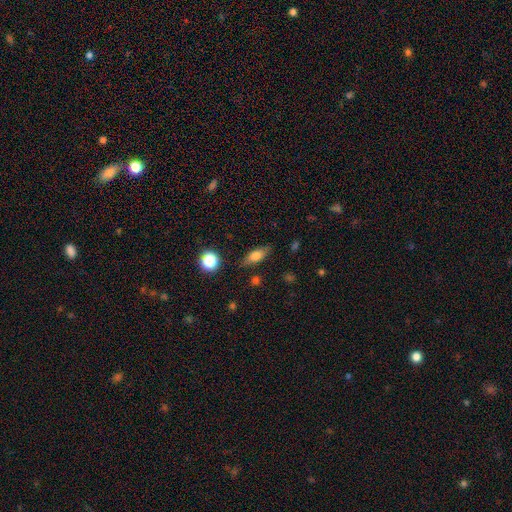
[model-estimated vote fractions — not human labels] Smooth or featured? Predicted: smooth (p=0.72). How rounded? Predicted: in between (p=0.70). Merging? Predicted: none (p=0.80).